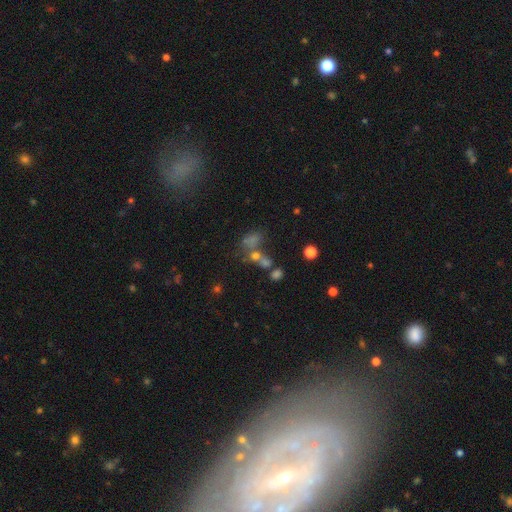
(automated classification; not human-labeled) smooth_or_featured: smooth (p=0.55) [alt: star or artifact p=0.25]
how_rounded: in between (p=0.53) [alt: round p=0.43]
merging: merger (p=0.45) [alt: none p=0.32]